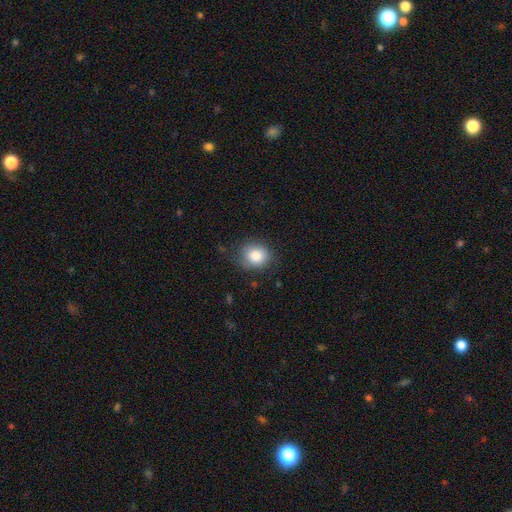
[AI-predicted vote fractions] Overall: smooth (84%). How rounded: round (72%). Merging: none (77%).